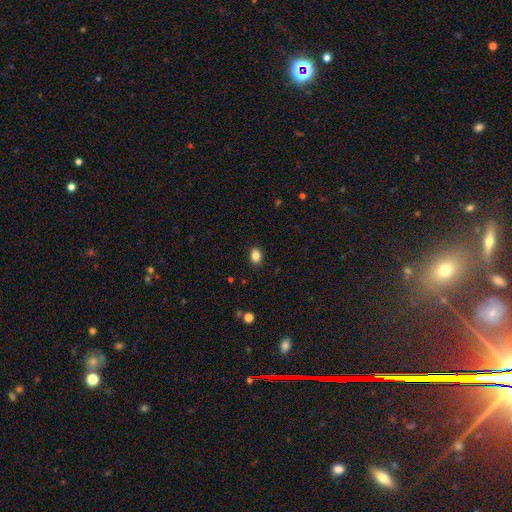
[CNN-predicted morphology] This is clearly a smooth galaxy (86%). How rounded: likely in between (75%). Merging: clearly none (89%).